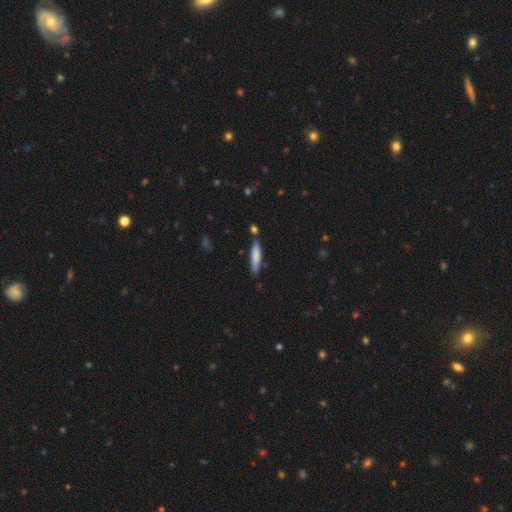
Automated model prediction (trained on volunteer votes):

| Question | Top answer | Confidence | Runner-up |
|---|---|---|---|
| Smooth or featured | smooth | 78% | featured or disk (16%) |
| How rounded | cigar-shaped | 81% | in between (18%) |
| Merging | none | 74% | minor disturbance (16%) |